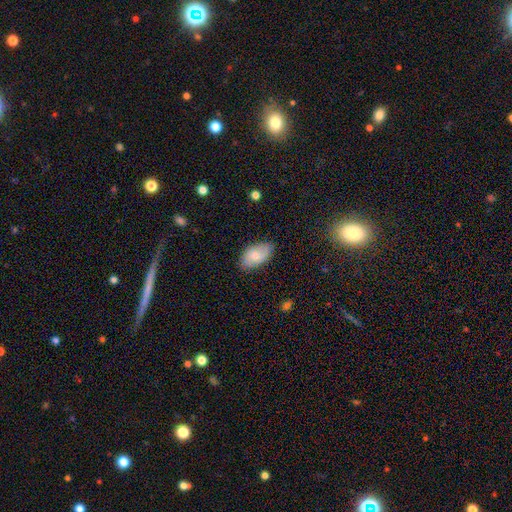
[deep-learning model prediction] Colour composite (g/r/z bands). It shows a smooth galaxy with no disk features (69%) that is in between round and cigar-shaped (94%). Merging: none (82%).